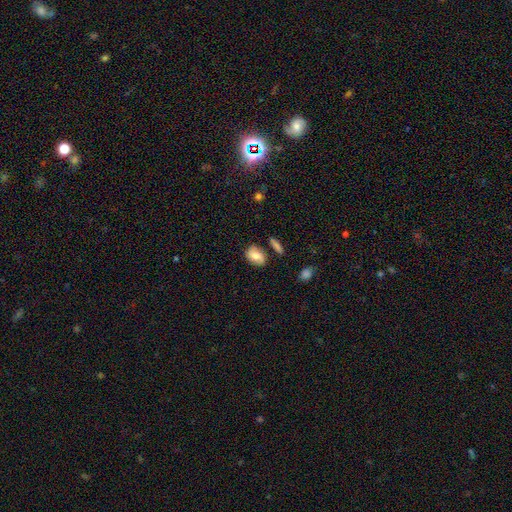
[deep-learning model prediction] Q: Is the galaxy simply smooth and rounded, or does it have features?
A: smooth — 65%.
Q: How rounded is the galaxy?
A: in between — 75%.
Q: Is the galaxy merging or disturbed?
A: none — 67%.